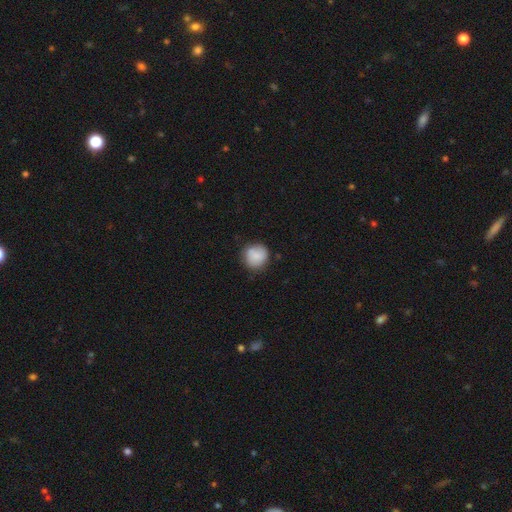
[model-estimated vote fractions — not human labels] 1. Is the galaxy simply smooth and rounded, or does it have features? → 84% smooth, 8% featured or disk, 8% star or artifact.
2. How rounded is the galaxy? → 86% round, 13% in between, 1% cigar-shaped.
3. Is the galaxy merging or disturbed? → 75% none, 19% minor disturbance, 4% major disturbance, 2% merger.